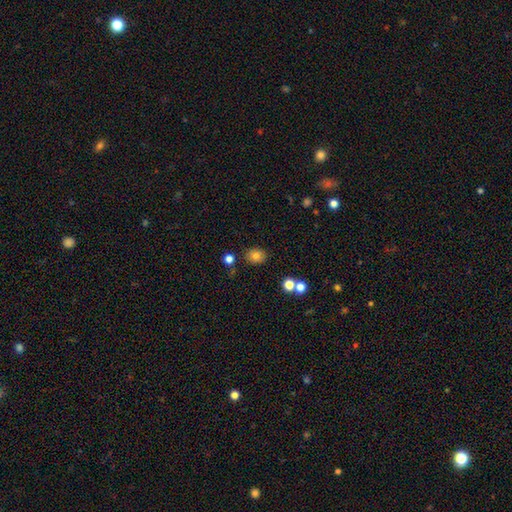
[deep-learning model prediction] Overall: smooth (79%). How rounded: round (50%; in between 49%). Merging: none (81%).